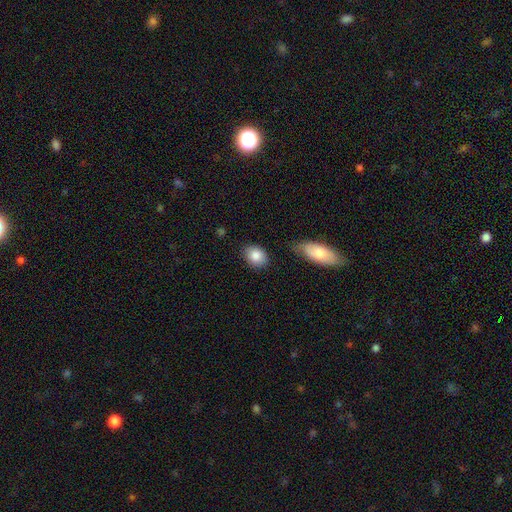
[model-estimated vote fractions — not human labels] Overall: smooth (85%). How rounded: in between (63%; round 36%). Merging: none (79%).